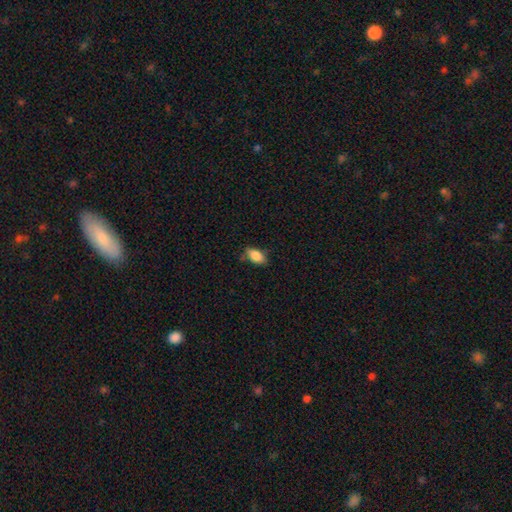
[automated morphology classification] type=smooth (85%); roundness=in between (89%); merging=none (70%).